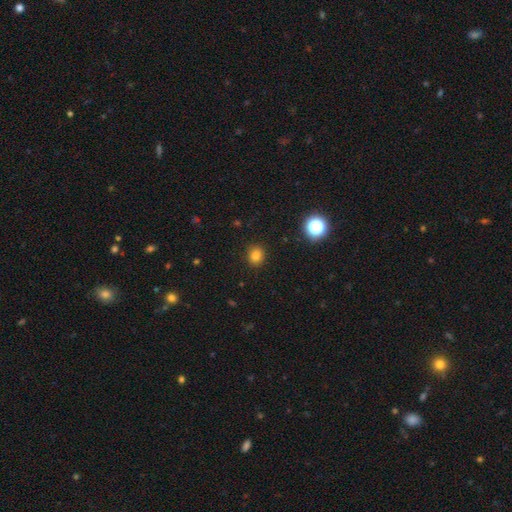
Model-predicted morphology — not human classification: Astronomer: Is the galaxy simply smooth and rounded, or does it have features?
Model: smooth — 80%.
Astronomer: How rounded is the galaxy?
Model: round — 75%.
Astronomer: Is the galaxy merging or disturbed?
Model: none — 90%.